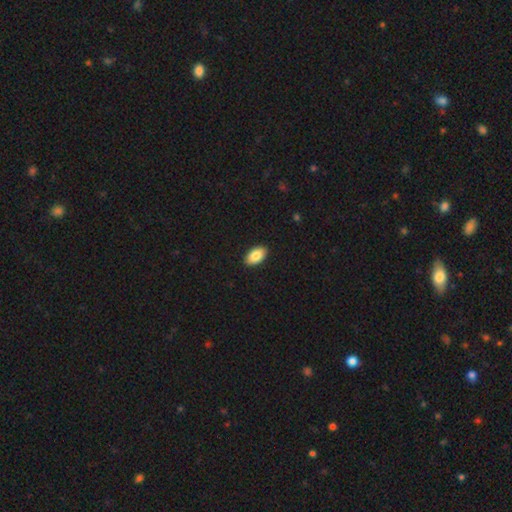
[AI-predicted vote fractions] Smooth or featured? Predicted: smooth (p=0.85). How rounded? Predicted: in between (p=0.94). Merging? Predicted: none (p=0.91).